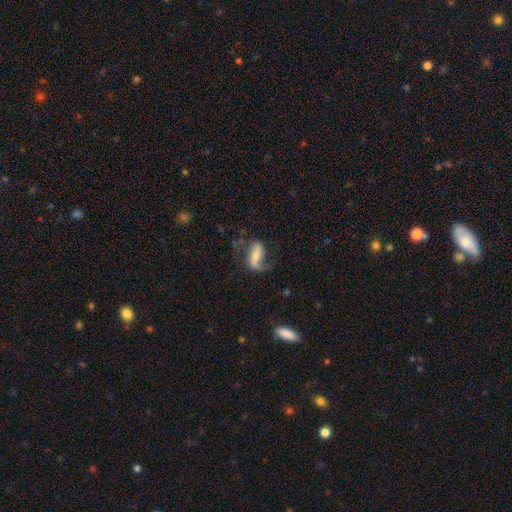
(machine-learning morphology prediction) Smooth or featured?
  - featured or disk: 71% *
  - smooth: 22%
  - star or artifact: 7%
Edge-on disk?
  - no: 94% *
  - yes: 6%
Bar?
  - strong: 41% *
  - weak: 34%
  - no: 25%
Spiral arms?
  - yes: 90% *
  - no: 10%
Spiral winding?
  - loose: 67% *
  - medium: 26%
  - tight: 8%
Spiral arm count?
  - 2: 64% *
  - 1: 31%
  - can't tell: 3%
  - 3: 1%
  - 4: 1%
  - more than 4: 1%
Bulge size?
  - small: 44% *
  - moderate: 31%
  - none: 15%
  - large: 7%
  - dominant: 2%
Merging?
  - none: 51% *
  - major disturbance: 26%
  - minor disturbance: 21%
  - merger: 3%